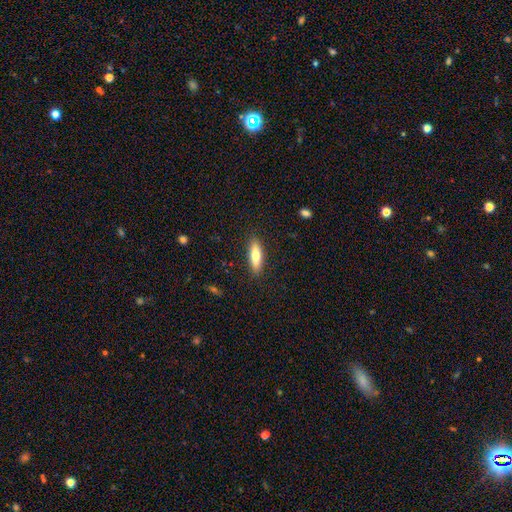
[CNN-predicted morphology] A smooth galaxy with no disk features (71%) that is cigar-shaped (58%).

Vote fractions:
- Smooth or featured? smooth: 71% / featured or disk: 23% / star or artifact: 6%
- How rounded? cigar-shaped: 58% / in between: 40% / round: 2%
- Merging? none: 89% / minor disturbance: 8% / major disturbance: 2% / merger: 1%